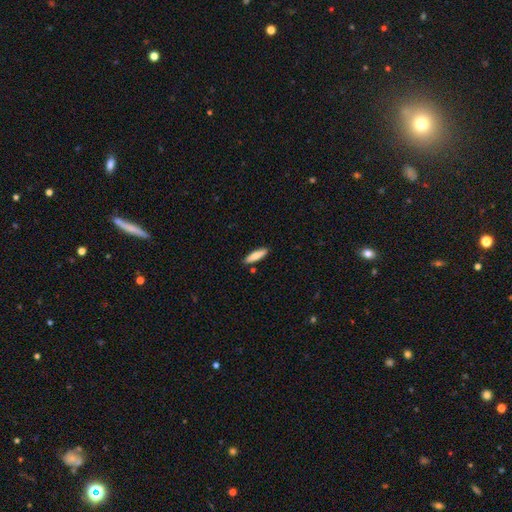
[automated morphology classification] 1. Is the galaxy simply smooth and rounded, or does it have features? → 77% smooth, 18% featured or disk, 6% star or artifact.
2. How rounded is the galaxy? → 67% cigar-shaped, 32% in between, 2% round.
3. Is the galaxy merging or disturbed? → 87% none, 9% minor disturbance, 3% merger, 2% major disturbance.